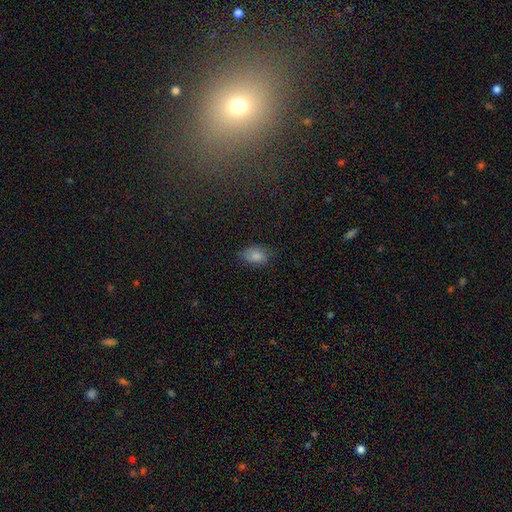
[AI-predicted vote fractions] smooth 82%, star or artifact 10%, featured or disk 8%. Down the decision tree: how rounded — in between (86%); merging — none (72%).